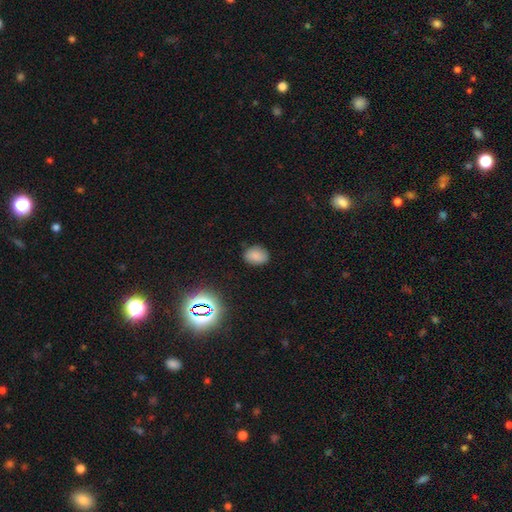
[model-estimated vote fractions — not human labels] Smooth or featured? Predicted: smooth (p=0.81). How rounded? Predicted: in between (p=0.66). Merging? Predicted: none (p=0.83).